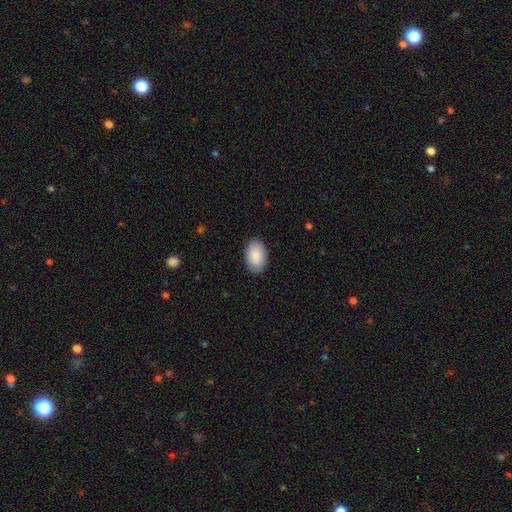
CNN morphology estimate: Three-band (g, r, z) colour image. It shows a smooth galaxy with no disk features (90%) that is in between round and cigar-shaped (91%). Merging: none (89%).